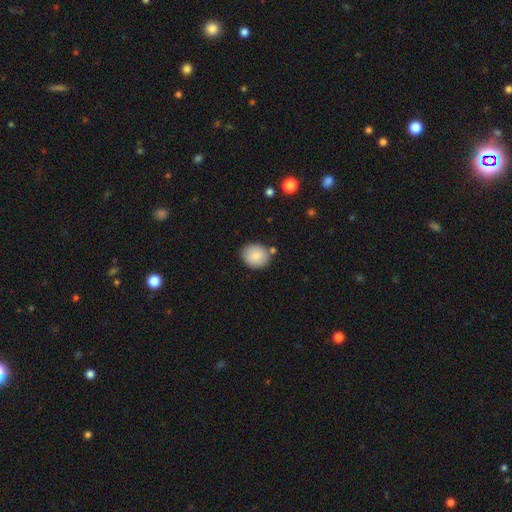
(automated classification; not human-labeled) A smooth galaxy with no disk features (86%) that is round (69%).

Vote fractions:
- Smooth or featured? smooth: 86% / star or artifact: 7% / featured or disk: 7%
- How rounded? round: 69% / in between: 30% / cigar-shaped: 1%
- Merging? none: 80% / minor disturbance: 12% / merger: 6% / major disturbance: 3%